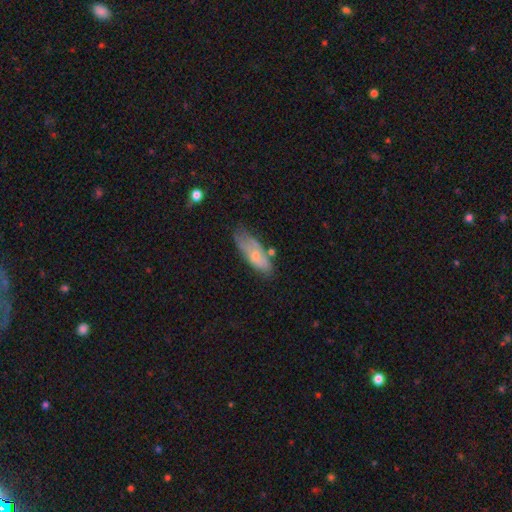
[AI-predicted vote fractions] A smooth galaxy with no disk features (55%) that is in between round and cigar-shaped (68%).

Vote fractions:
- Smooth or featured? smooth: 55% / featured or disk: 38% / star or artifact: 7%
- How rounded? in between: 68% / cigar-shaped: 29% / round: 3%
- Merging? none: 53% / minor disturbance: 32% / major disturbance: 9% / merger: 6%